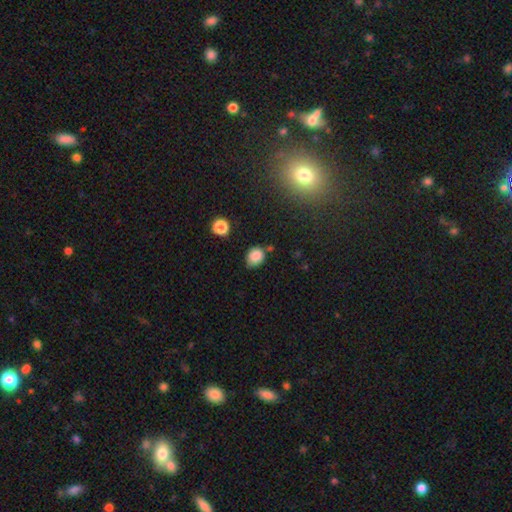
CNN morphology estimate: Overall: smooth (83%). How rounded: in between (50%; round 49%). Merging: none (58%; minor disturbance 30%).